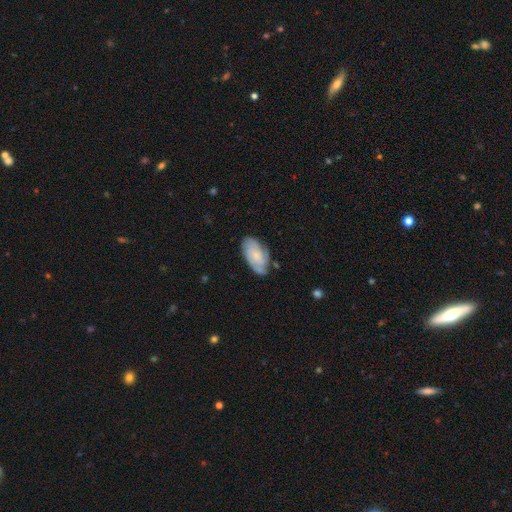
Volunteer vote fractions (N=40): Smooth or featured? 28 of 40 (70%) said featured or disk. Edge-on disk? 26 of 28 (93%) said no. Bar? 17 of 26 (65%) said no. Spiral arms? 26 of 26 (100%) said yes. Spiral winding? 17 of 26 (65%) said tight. Spiral arm count? 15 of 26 (58%) said 3. Bulge size? 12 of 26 (46%) said small. Merging? 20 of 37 (54%) said none.